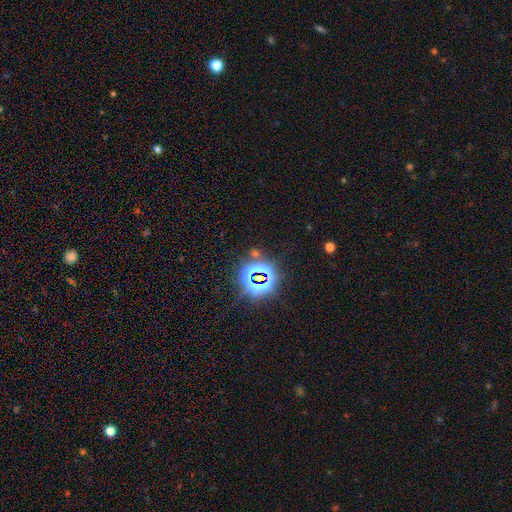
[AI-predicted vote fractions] This appears to be a star or artifact, not a galaxy (79%).